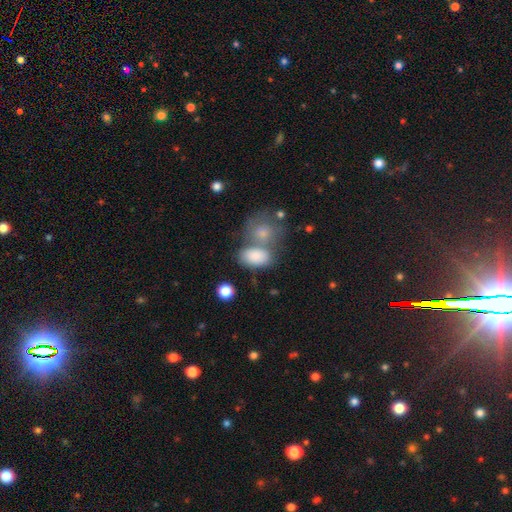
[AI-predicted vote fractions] Overall: smooth (83%). How rounded: in between (86%). Merging: none (40%; merger 36%).